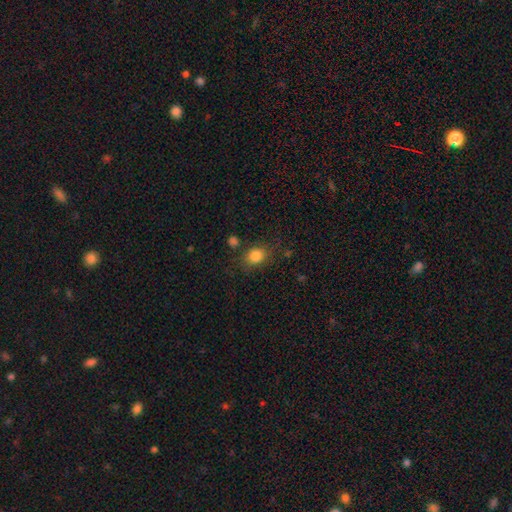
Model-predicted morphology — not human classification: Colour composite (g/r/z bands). It shows a smooth galaxy with no disk features (83%) that is round (55%). Merging: none (76%).